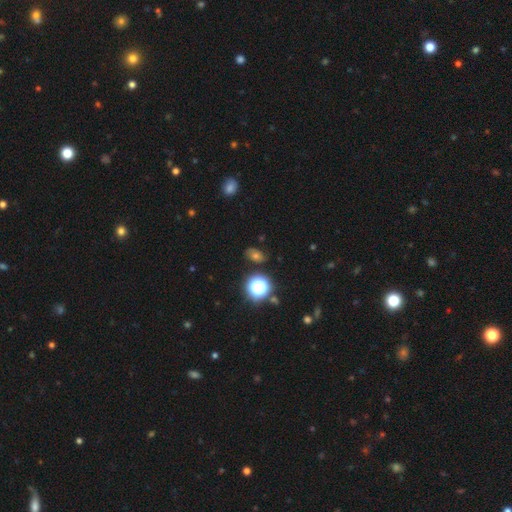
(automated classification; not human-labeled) Q: Smooth or featured?
A: smooth (51%); runner-up: star or artifact (35%)
Q: How rounded?
A: in between (62%); runner-up: round (36%)
Q: Merging?
A: none (80%); runner-up: minor disturbance (13%)